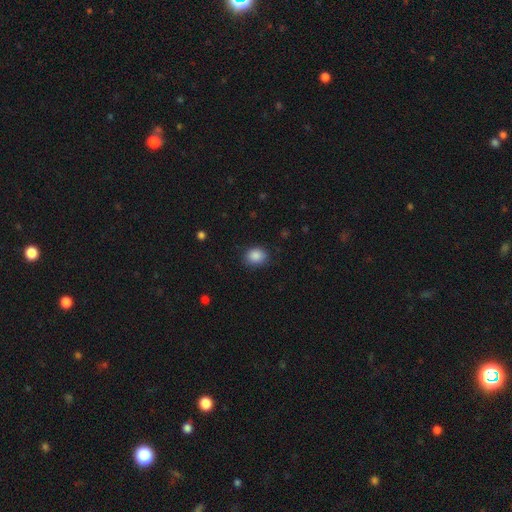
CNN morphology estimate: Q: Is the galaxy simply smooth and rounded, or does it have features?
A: smooth — 88%.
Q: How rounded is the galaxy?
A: round — 51%.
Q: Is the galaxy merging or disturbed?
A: none — 83%.